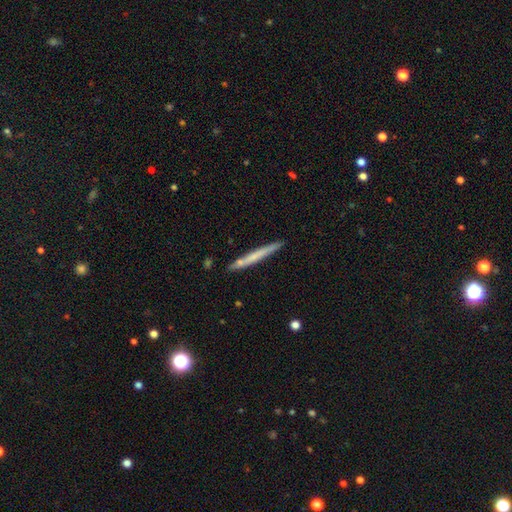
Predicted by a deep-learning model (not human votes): Smooth or featured? smooth (55%)
How rounded? cigar-shaped (97%)
Merging? none (85%)